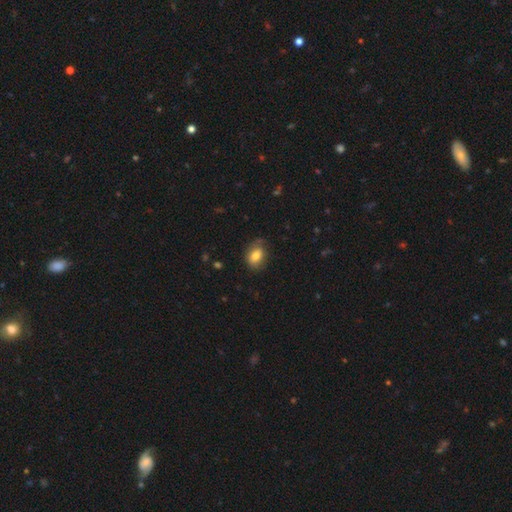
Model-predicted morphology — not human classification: The model was most divided on "merging": none: 61%, minor disturbance: 28%, major disturbance: 10%, merger: 2%. More confident: smooth or featured — smooth (75%); how rounded — in between (69%).